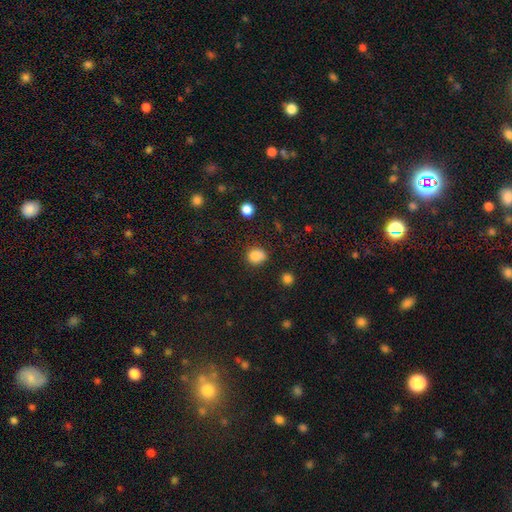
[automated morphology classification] smooth_or_featured: smooth (p=0.84) [alt: star or artifact p=0.12]
how_rounded: round (p=0.67) [alt: in between p=0.32]
merging: none (p=0.75) [alt: minor disturbance p=0.18]